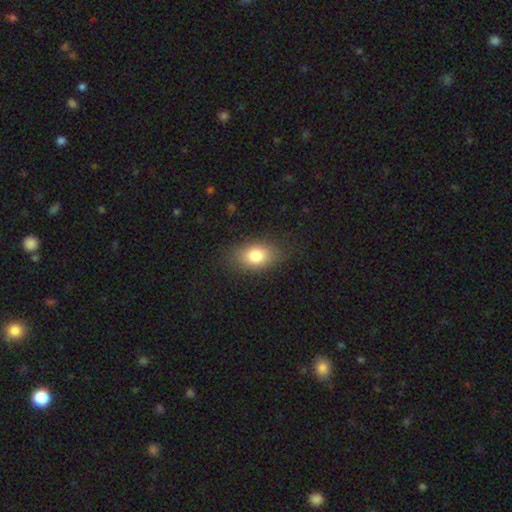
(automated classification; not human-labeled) Smooth or featured? smooth (81%)
How rounded? in between (82%)
Merging? none (82%)